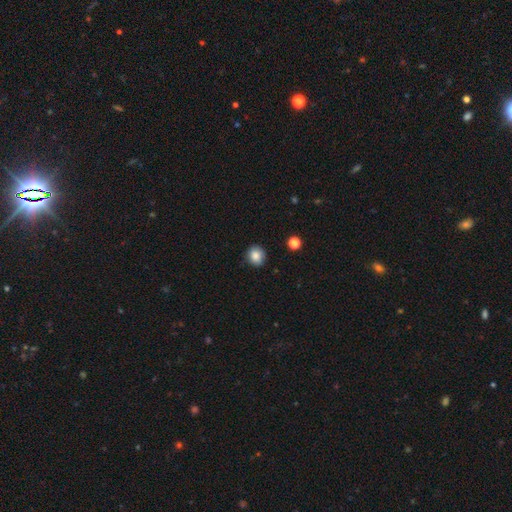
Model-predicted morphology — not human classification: Smooth or featured? smooth (84%)
How rounded? round (81%)
Merging? none (84%)